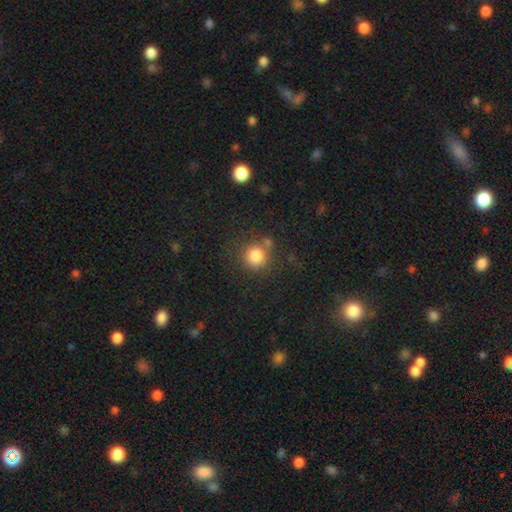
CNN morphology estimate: Smooth or featured? smooth (83%)
How rounded? round (92%)
Merging? none (74%)